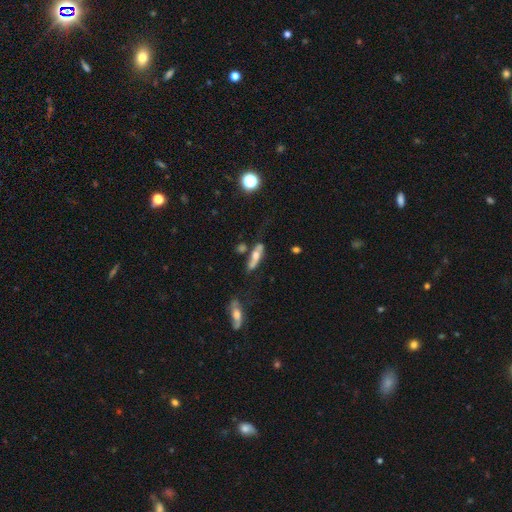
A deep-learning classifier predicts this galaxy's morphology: Smooth or featured?
  - featured or disk: 51% *
  - smooth: 41%
  - star or artifact: 9%
Edge-on disk?
  - yes: 56% *
  - no: 44%
Merging?
  - none: 50% *
  - minor disturbance: 23%
  - merger: 15%
  - major disturbance: 11%